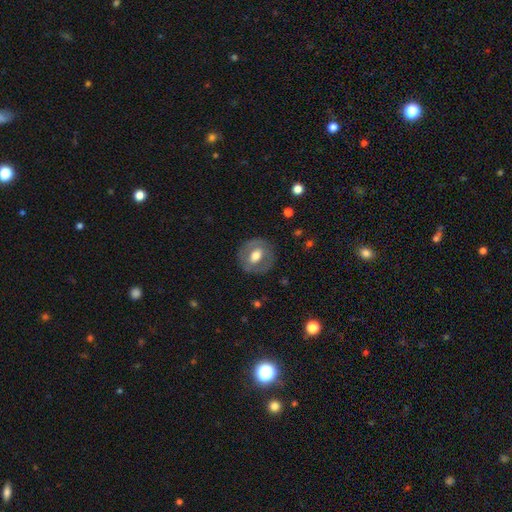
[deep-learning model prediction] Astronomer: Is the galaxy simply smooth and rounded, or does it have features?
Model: featured or disk — 47% (runner-up: smooth, 46%).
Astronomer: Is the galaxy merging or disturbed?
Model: none — 81%.